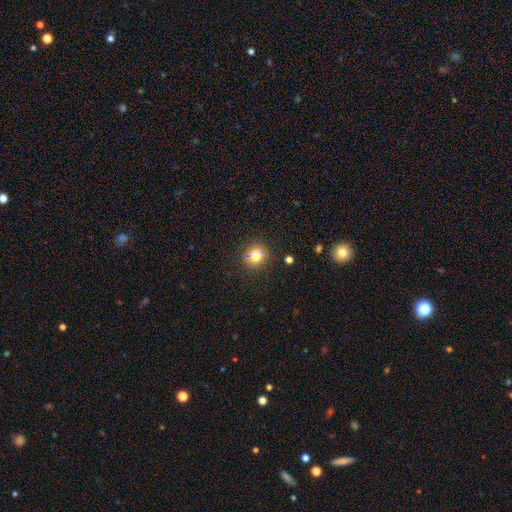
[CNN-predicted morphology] type=smooth (76%); roundness=round (82%); merging=none (85%).